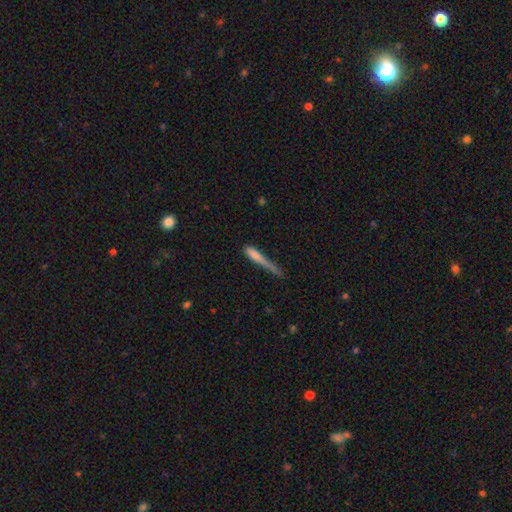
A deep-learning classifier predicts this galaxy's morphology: smooth-or-featured: smooth: 72% | featured or disk: 19% | star or artifact: 9%
  how-rounded: cigar-shaped: 89% | in between: 8% | round: 2%
  merging: none: 39% | minor disturbance: 32% | major disturbance: 23% | merger: 7%